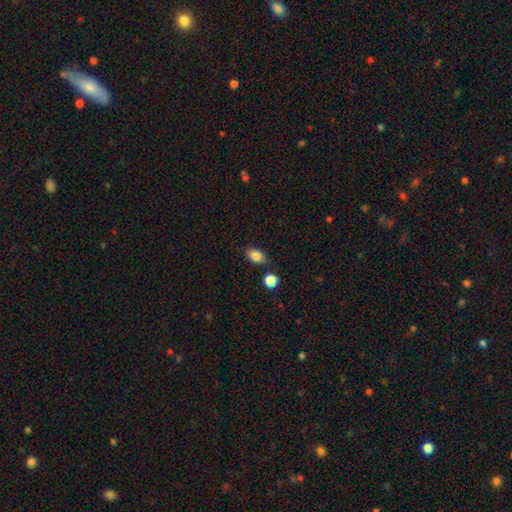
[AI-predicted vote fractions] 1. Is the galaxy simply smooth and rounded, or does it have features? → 85% smooth, 9% star or artifact, 6% featured or disk.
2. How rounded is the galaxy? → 86% in between, 12% round, 2% cigar-shaped.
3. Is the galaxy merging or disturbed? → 79% none, 12% minor disturbance, 6% merger, 3% major disturbance.